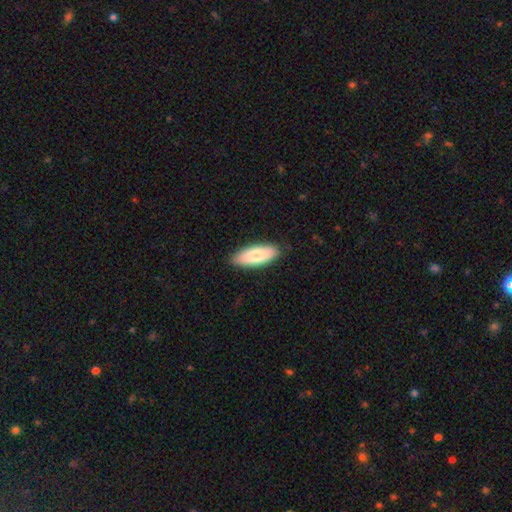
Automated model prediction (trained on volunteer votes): smooth 80%, featured or disk 15%, star or artifact 5%. Down the decision tree: how rounded — in between (81%); merging — none (87%).